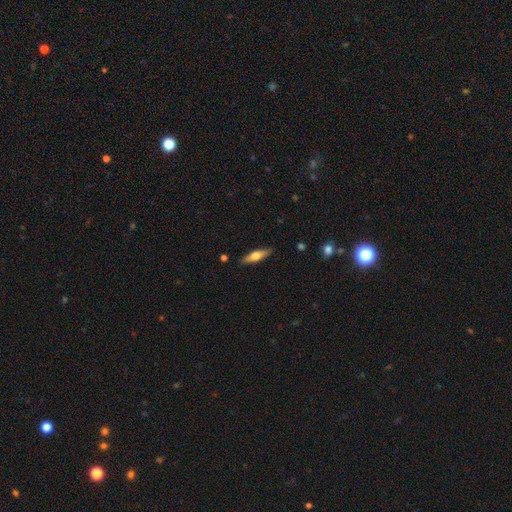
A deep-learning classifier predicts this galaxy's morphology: Overall: smooth (48%; featured or disk 46%). Merging: none (89%).